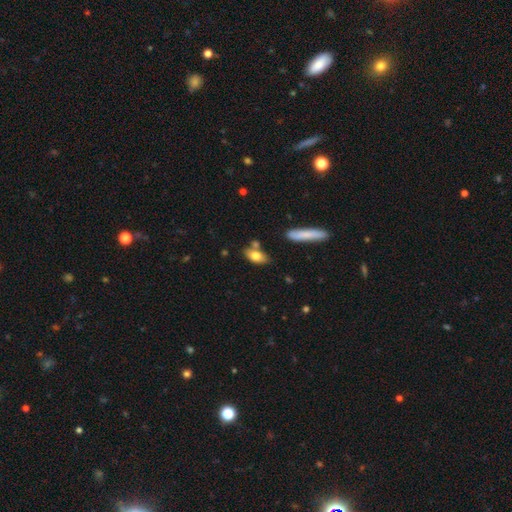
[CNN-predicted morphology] type=smooth (75%); roundness=in between (82%); merging=none (66%).